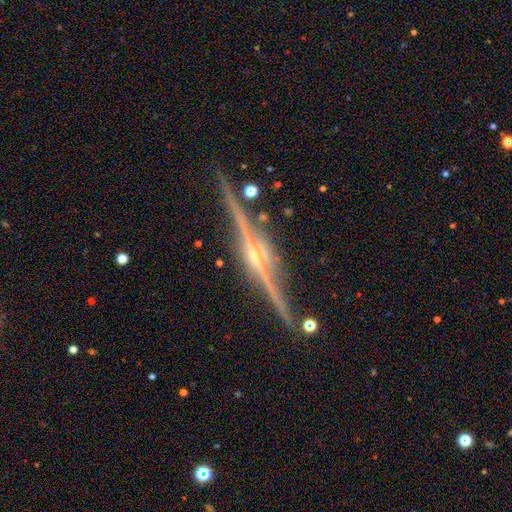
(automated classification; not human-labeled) The model was most divided on "edge-on bulge": rounded: 86%, boxy: 9%, none: 5%. More confident: edge-on disk — yes (98%); smooth or featured — featured or disk (91%); merging — none (87%).